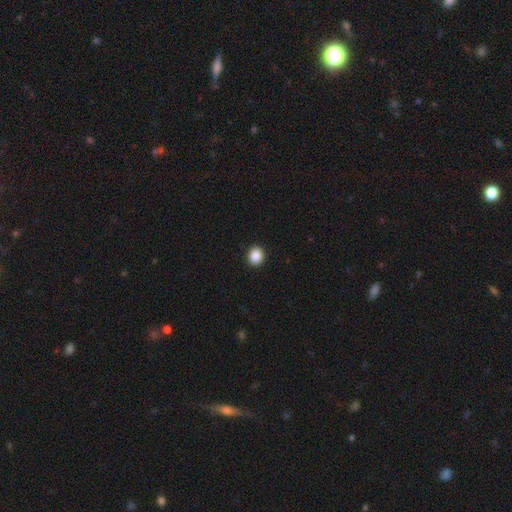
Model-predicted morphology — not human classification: type=smooth (89%); roundness=round (70%); merging=none (92%).